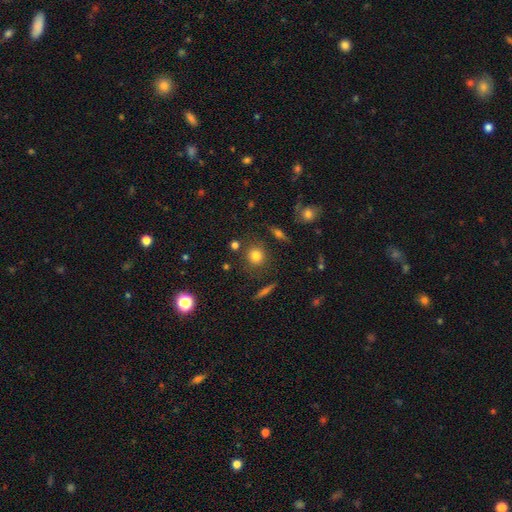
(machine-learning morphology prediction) Smooth or featured: smooth — 77% (star or artifact — 13%)
How rounded: round — 87% (in between — 11%)
Merging: none — 82% (minor disturbance — 10%)